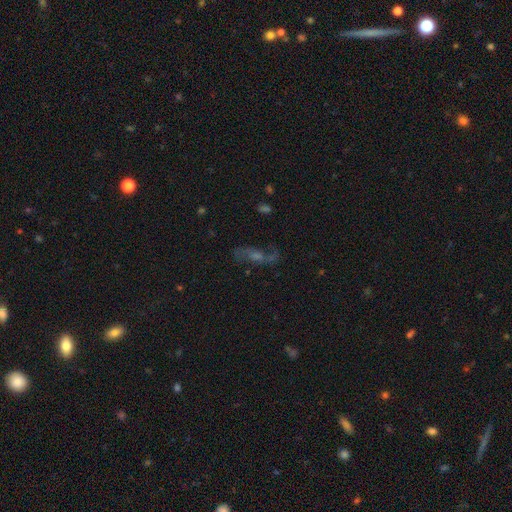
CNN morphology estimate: type=featured or disk (65%); edge-on=no (85%); bar=no (52%); spiral arms=yes (88%); bulge=moderate (41%); merging=none (69%).